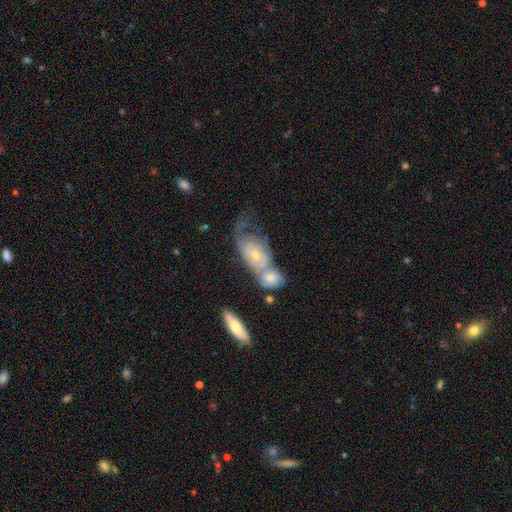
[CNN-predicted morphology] Smooth or featured: featured or disk — 60% (smooth — 31%)
Edge-on disk: no — 90% (yes — 10%)
Bar: no — 81% (weak — 16%)
Spiral arms: yes — 64% (no — 36%)
Bulge size: small — 54% (moderate — 40%)
Merging: merger — 45% (none — 23%)